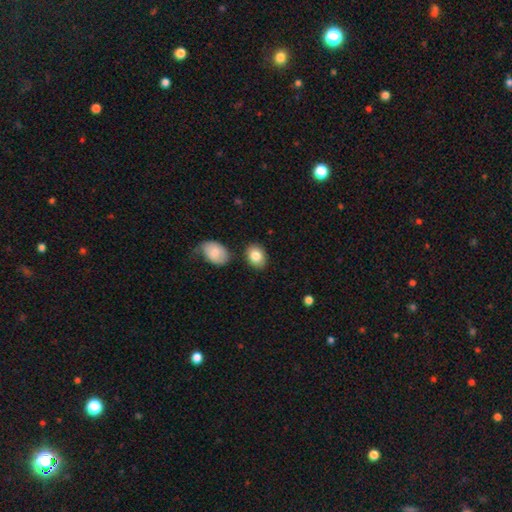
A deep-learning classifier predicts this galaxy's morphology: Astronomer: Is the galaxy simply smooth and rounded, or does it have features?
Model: smooth — 83%.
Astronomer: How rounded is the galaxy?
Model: in between — 75%.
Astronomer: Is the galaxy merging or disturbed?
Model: none — 80%.